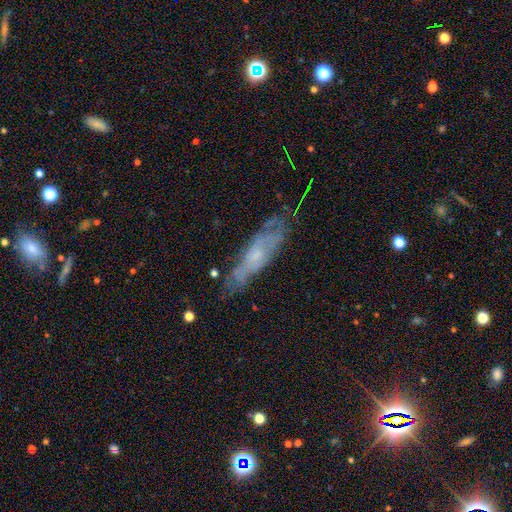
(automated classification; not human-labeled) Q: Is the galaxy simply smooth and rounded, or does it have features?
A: featured or disk — 58%.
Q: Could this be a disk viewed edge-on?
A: no — 62%.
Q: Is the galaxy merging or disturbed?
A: none — 64%.